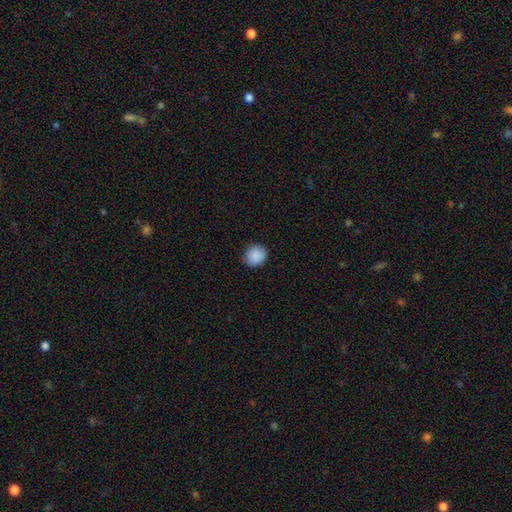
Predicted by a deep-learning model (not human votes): Smooth or featured? smooth (89%)
How rounded? round (79%)
Merging? none (85%)